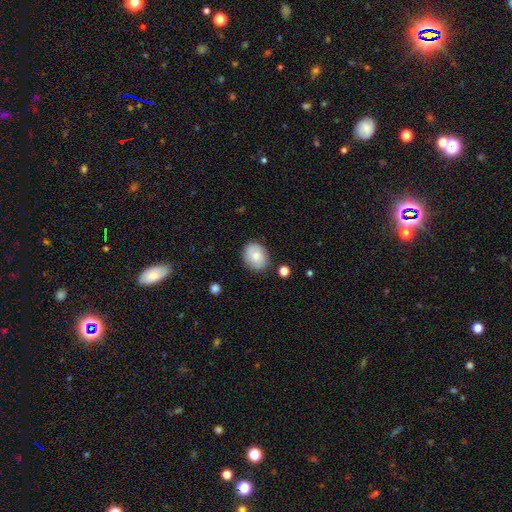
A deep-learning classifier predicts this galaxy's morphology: Smooth or featured? Predicted: smooth (p=0.75). How rounded? Predicted: in between (p=0.53). Merging? Predicted: none (p=0.82).